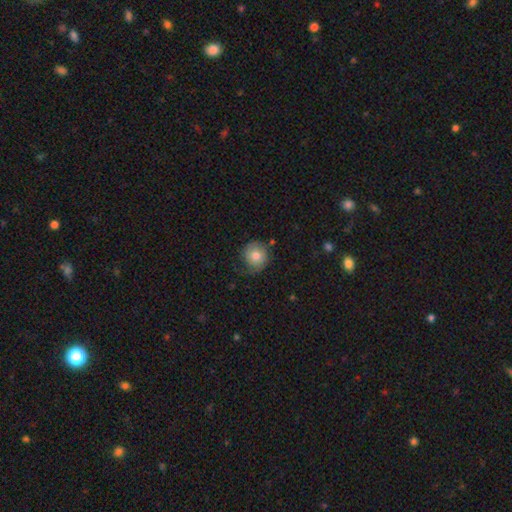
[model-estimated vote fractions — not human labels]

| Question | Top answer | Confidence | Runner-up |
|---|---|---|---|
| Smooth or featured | smooth | 69% | featured or disk (23%) |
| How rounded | round | 89% | in between (10%) |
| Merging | none | 61% | minor disturbance (25%) |